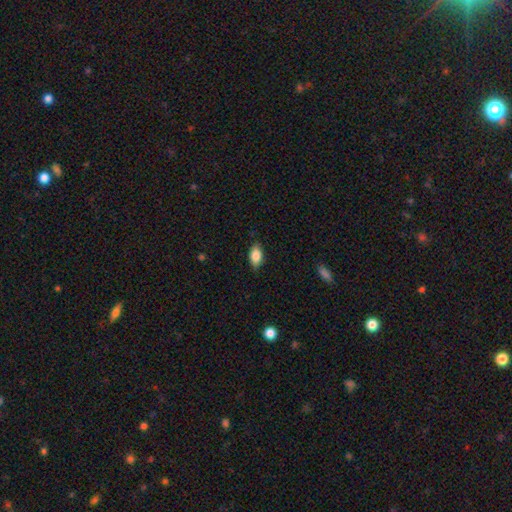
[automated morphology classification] Smooth or featured? Predicted: smooth (p=0.86). How rounded? Predicted: in between (p=0.91). Merging? Predicted: none (p=0.83).